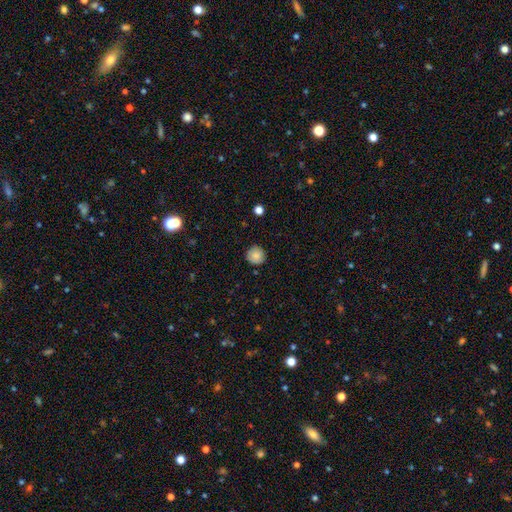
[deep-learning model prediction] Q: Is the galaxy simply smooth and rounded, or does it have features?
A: smooth — 85%.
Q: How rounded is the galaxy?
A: round — 94%.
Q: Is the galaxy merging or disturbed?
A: none — 88%.